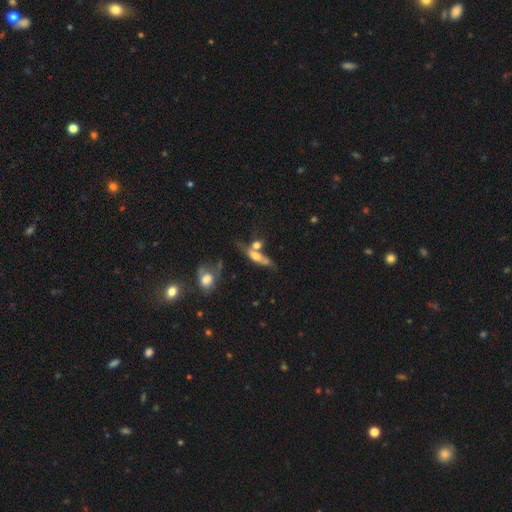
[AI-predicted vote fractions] Smooth or featured? Predicted: smooth (p=0.46). Merging? Predicted: merger (p=0.39).